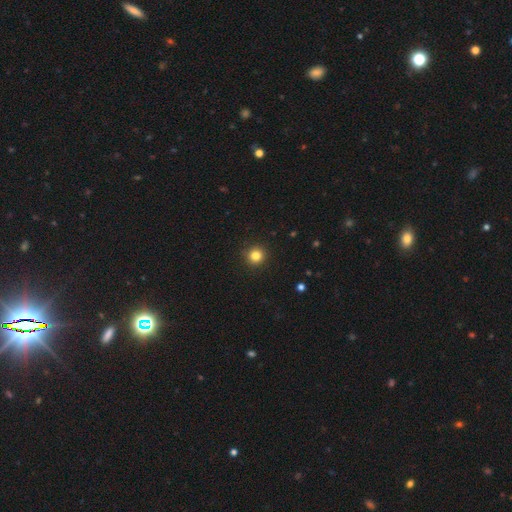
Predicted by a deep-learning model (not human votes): Smooth or featured?
  - smooth: 83% *
  - star or artifact: 12%
  - featured or disk: 5%
How rounded?
  - round: 95% *
  - in between: 4%
  - cigar-shaped: 1%
Merging?
  - none: 93% *
  - minor disturbance: 5%
  - major disturbance: 2%
  - merger: 1%